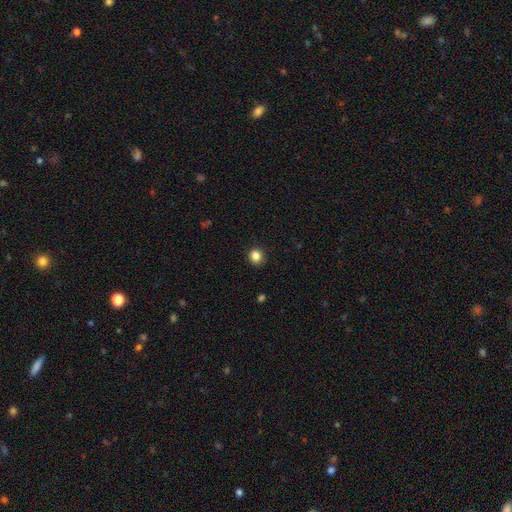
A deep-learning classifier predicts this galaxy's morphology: smooth 85%, star or artifact 11%, featured or disk 4%. Down the decision tree: how rounded — round (88%); merging — none (90%).